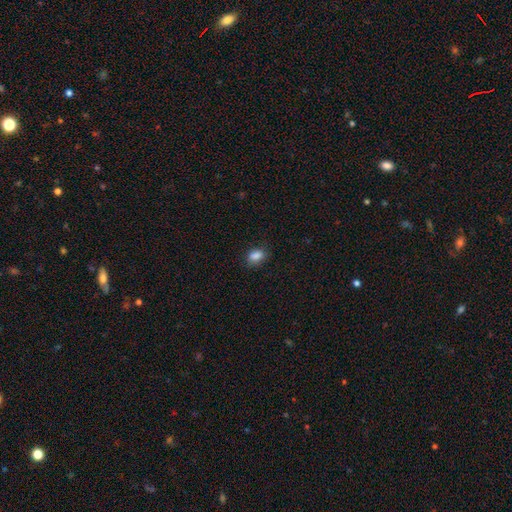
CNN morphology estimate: This appears to be a smooth galaxy with no disk features (85%) that is in between round and cigar-shaped (77%). Merging: none (79%).